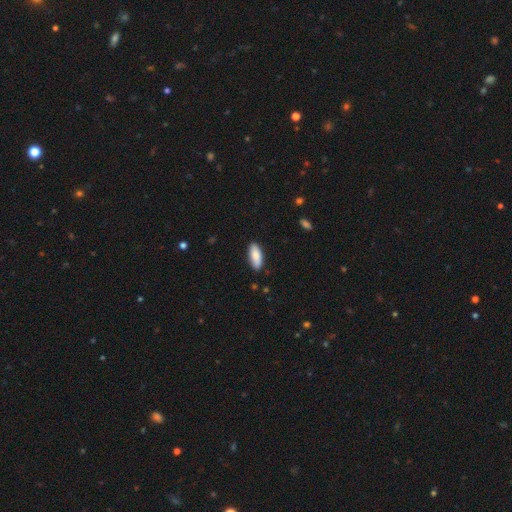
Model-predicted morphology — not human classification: This appears to be a smooth galaxy with no disk features (87%) that is in between round and cigar-shaped (76%). Merging: none (87%).